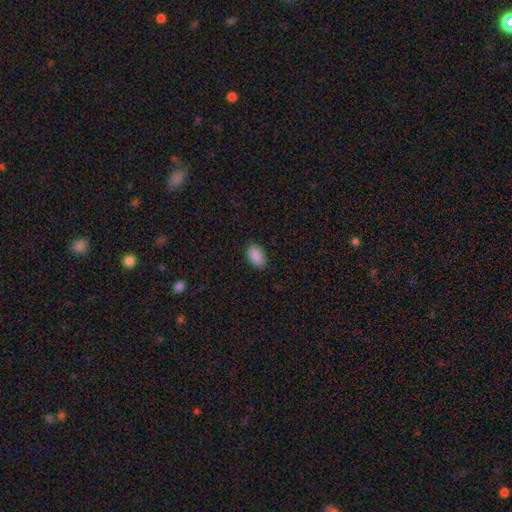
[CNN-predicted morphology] smooth-or-featured: smooth: 90% | star or artifact: 7% | featured or disk: 3%
  how-rounded: in between: 93% | round: 5% | cigar-shaped: 2%
  merging: none: 86% | minor disturbance: 10% | major disturbance: 2% | merger: 1%